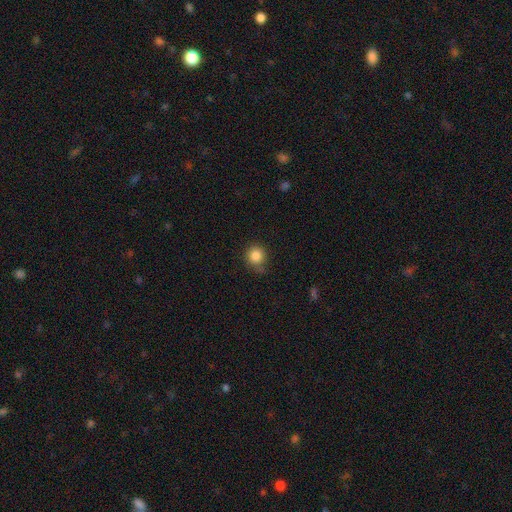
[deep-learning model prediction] Smooth or featured? smooth (85%)
How rounded? round (91%)
Merging? none (73%)